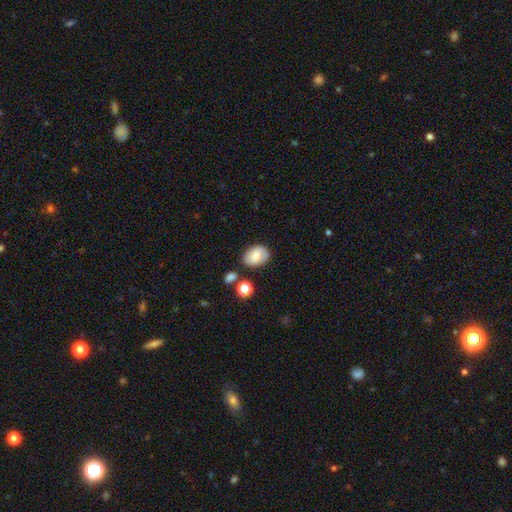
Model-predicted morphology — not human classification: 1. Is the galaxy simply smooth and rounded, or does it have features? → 77% smooth, 15% featured or disk, 8% star or artifact.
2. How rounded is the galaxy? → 79% in between, 20% round, 1% cigar-shaped.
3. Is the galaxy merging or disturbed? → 72% none, 17% minor disturbance, 6% merger, 4% major disturbance.